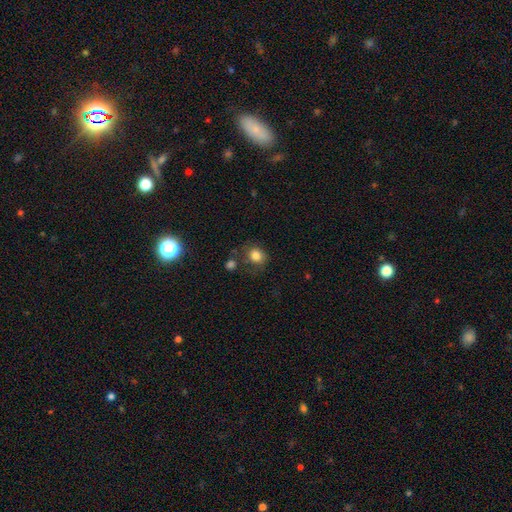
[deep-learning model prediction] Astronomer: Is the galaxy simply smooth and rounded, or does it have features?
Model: smooth — 81%.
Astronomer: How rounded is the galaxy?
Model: round — 72%.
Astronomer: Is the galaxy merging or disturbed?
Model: none — 62%.